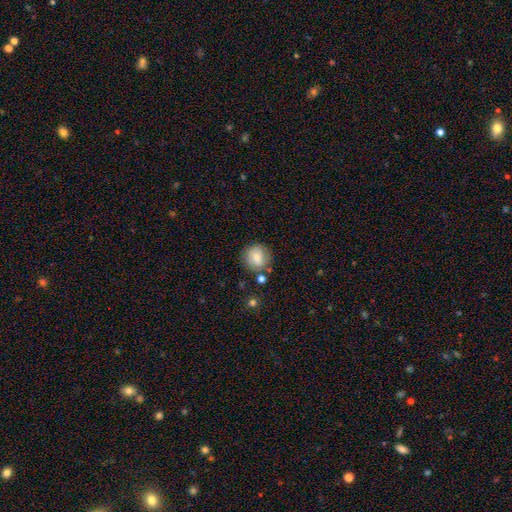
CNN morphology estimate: type=smooth (74%); roundness=round (88%); merging=none (80%).